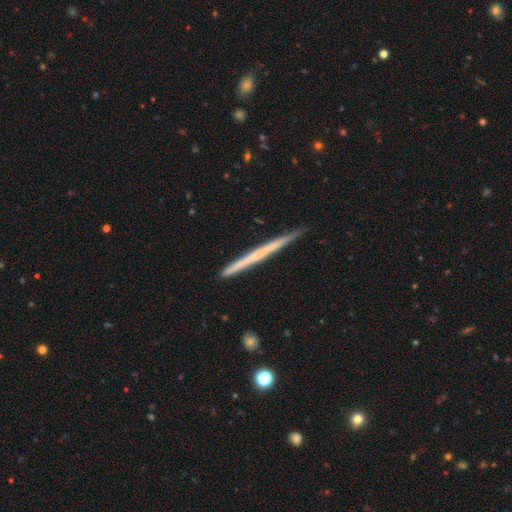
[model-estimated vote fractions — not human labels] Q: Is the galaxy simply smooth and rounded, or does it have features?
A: featured or disk — 52%.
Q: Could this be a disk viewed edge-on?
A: yes — 98%.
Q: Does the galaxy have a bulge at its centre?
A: none — 89%.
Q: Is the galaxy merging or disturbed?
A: none — 88%.